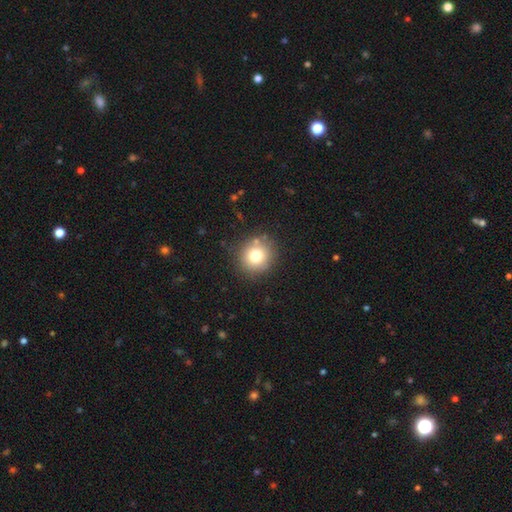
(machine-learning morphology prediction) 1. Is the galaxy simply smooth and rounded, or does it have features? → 75% smooth, 13% star or artifact, 12% featured or disk.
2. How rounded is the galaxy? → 91% round, 8% in between, 1% cigar-shaped.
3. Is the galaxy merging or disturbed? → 85% none, 8% minor disturbance, 3% merger, 3% major disturbance.